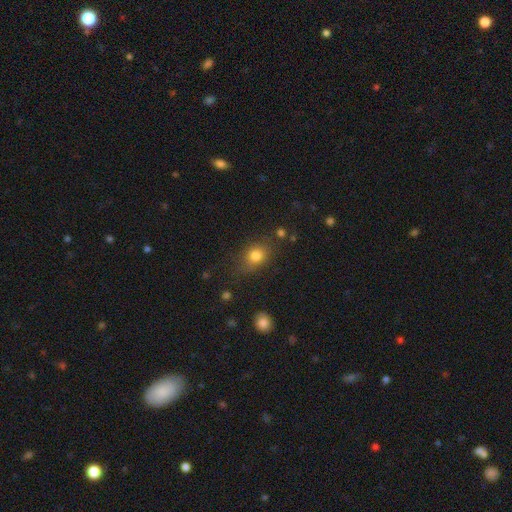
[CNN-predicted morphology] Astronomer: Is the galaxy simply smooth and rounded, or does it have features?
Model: smooth — 81%.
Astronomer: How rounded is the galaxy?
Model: in between — 49%, tied with round at 49%.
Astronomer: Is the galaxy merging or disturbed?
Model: none — 73%.